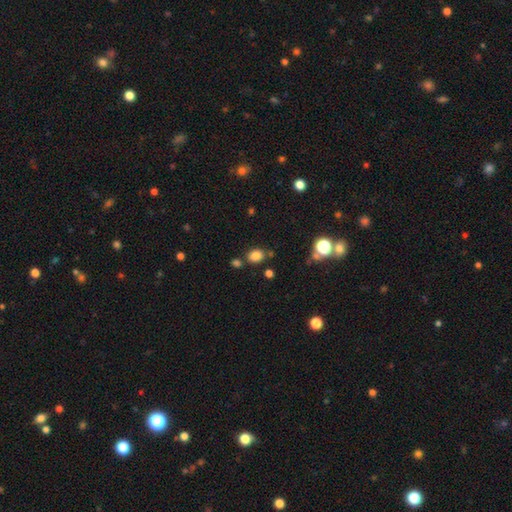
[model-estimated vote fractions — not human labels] Morphology: type=smooth (81%); roundness=in between (57%); merging=none (74%).